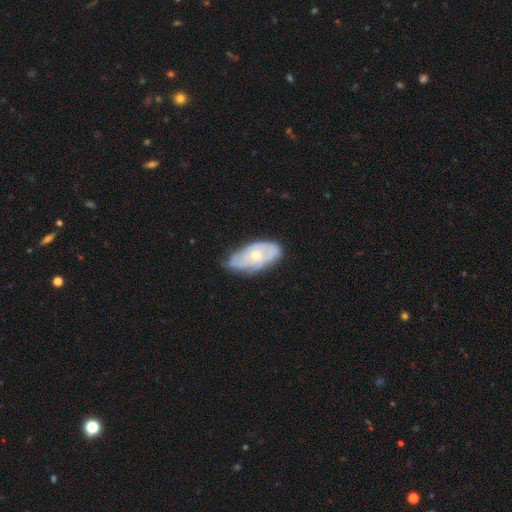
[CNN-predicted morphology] A featured or disk galaxy (61%) with no bar (84%), spiral arms (60%) and a moderate central bulge (53%).

Vote fractions:
- Smooth or featured? featured or disk: 61% / smooth: 33% / star or artifact: 6%
- Edge-on disk? no: 91% / yes: 9%
- Bar? no: 84% / weak: 13% / strong: 3%
- Spiral arms? yes: 60% / no: 40%
- Bulge size? moderate: 53% / small: 43% / large: 2% / none: 1% / dominant: 1%
- Merging? none: 59% / minor disturbance: 33% / major disturbance: 7% / merger: 2%